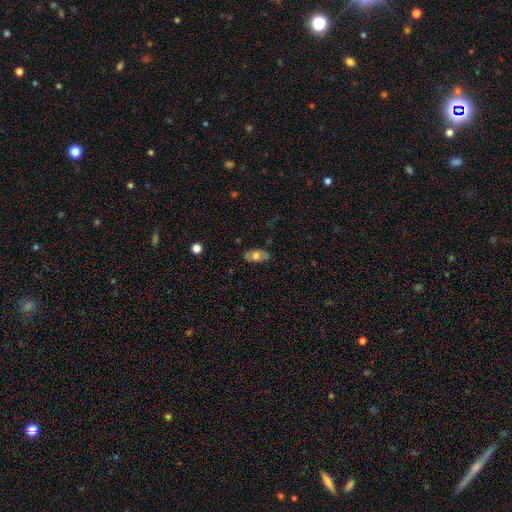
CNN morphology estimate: This is possibly a smooth galaxy (56%). How rounded: clearly in between (90%). Merging: clearly none (81%).